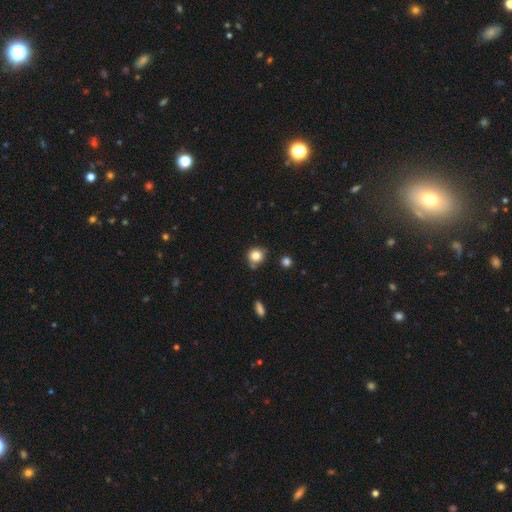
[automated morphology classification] This is clearly a smooth galaxy (82%). How rounded: clearly round (86%). Merging: likely none (73%).